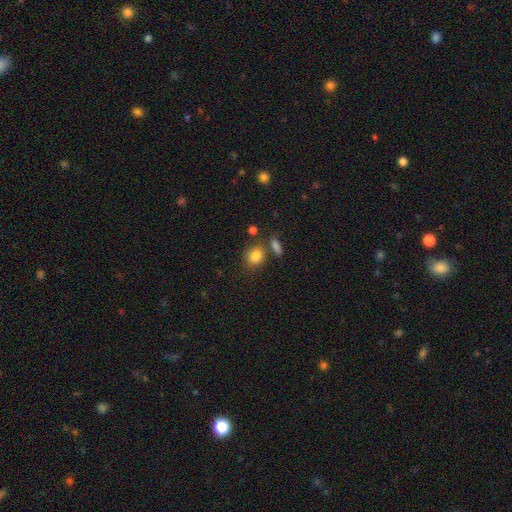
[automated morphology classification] A smooth galaxy with no disk features (84%) that is in between round and cigar-shaped (50%).

Vote fractions:
- Smooth or featured? smooth: 84% / star or artifact: 10% / featured or disk: 6%
- How rounded? in between: 50% / round: 48% / cigar-shaped: 2%
- Merging? none: 65% / merger: 16% / minor disturbance: 14% / major disturbance: 5%